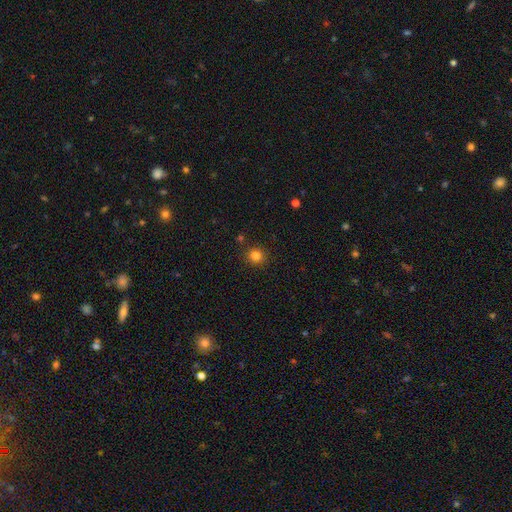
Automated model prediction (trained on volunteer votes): This is clearly a smooth galaxy (82%). How rounded: clearly round (92%). Merging: clearly none (89%).